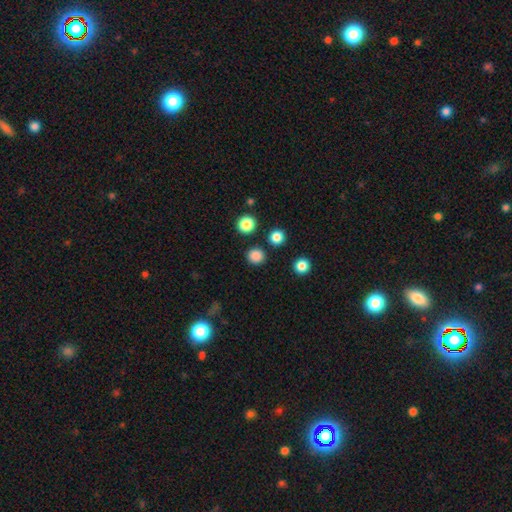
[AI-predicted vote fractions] Smooth or featured? Predicted: smooth (p=0.84). How rounded? Predicted: round (p=0.91). Merging? Predicted: none (p=0.88).